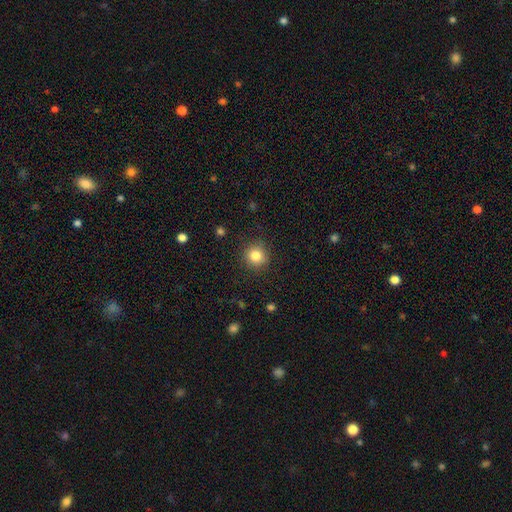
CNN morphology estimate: Smooth or featured? smooth (83%)
How rounded? round (92%)
Merging? none (89%)